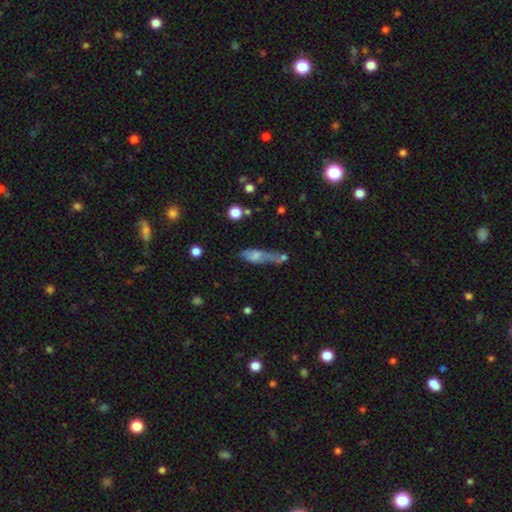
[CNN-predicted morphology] type=smooth (59%); roundness=in between (50%); merging=major disturbance (30%).